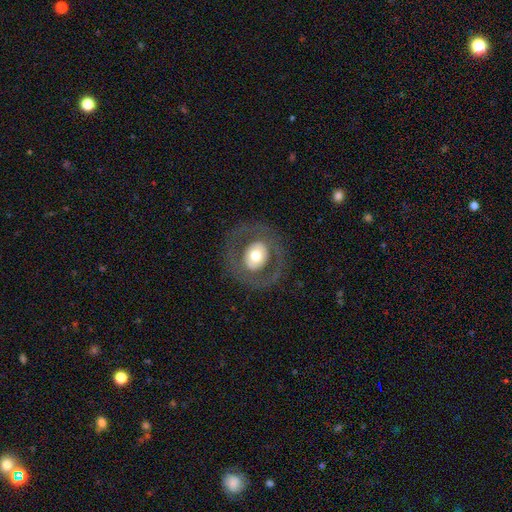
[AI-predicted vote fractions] A featured or disk galaxy (51%).

Vote fractions:
- Smooth or featured? featured or disk: 51% / smooth: 42% / star or artifact: 7%
- Edge-on disk? no: 95% / yes: 5%
- Merging? none: 79% / major disturbance: 11% / minor disturbance: 10% / merger: 1%